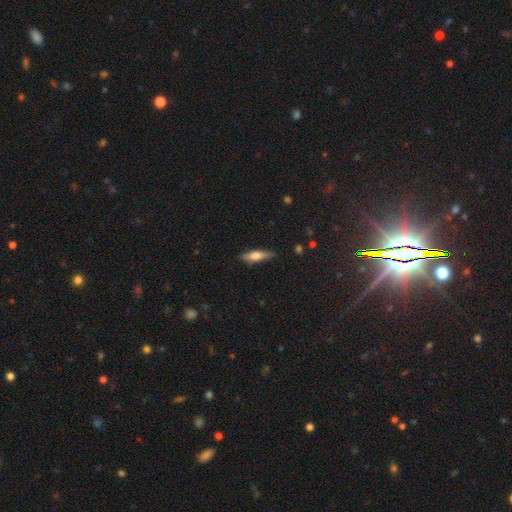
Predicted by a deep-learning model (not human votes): smooth 60%, featured or disk 33%, star or artifact 7%. Down the decision tree: how rounded — cigar-shaped (66%); merging — none (77%).